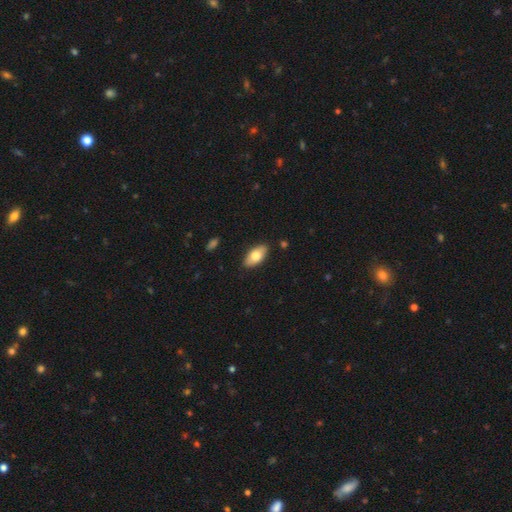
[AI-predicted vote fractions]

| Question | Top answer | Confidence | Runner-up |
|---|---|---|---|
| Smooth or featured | smooth | 73% | featured or disk (21%) |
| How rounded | in between | 91% | cigar-shaped (6%) |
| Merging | none | 87% | minor disturbance (10%) |